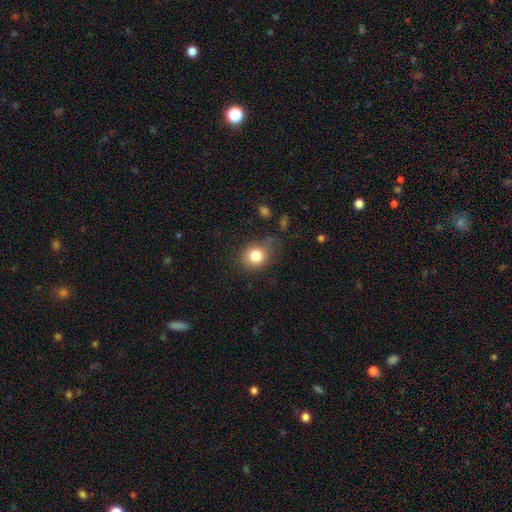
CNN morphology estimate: smooth_or_featured: smooth (p=0.81) [alt: star or artifact p=0.11]
how_rounded: round (p=0.67) [alt: in between p=0.32]
merging: none (p=0.66) [alt: minor disturbance p=0.23]